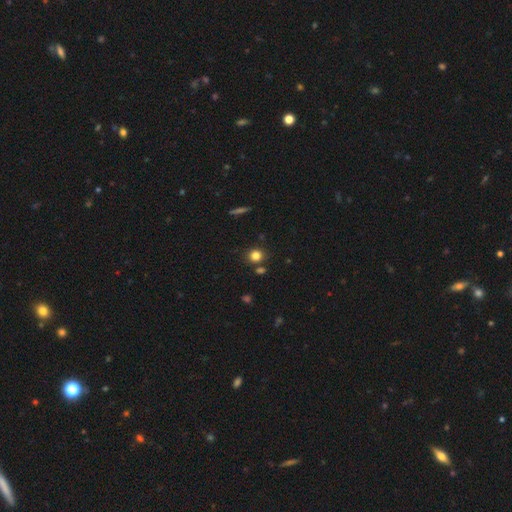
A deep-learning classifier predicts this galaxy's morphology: type=smooth (81%); roundness=round (83%); merging=none (80%).